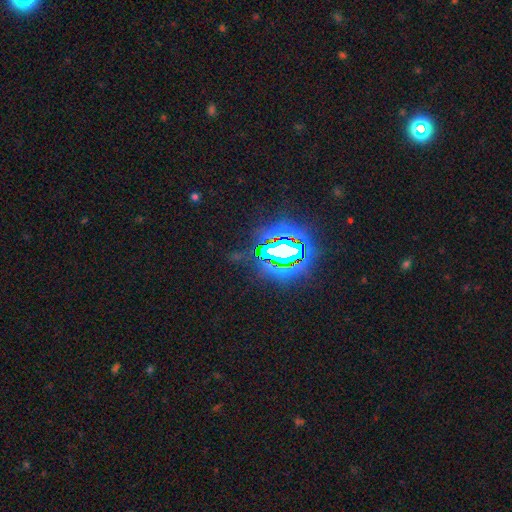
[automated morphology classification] star or artifact 84%, smooth 9%, featured or disk 7%.